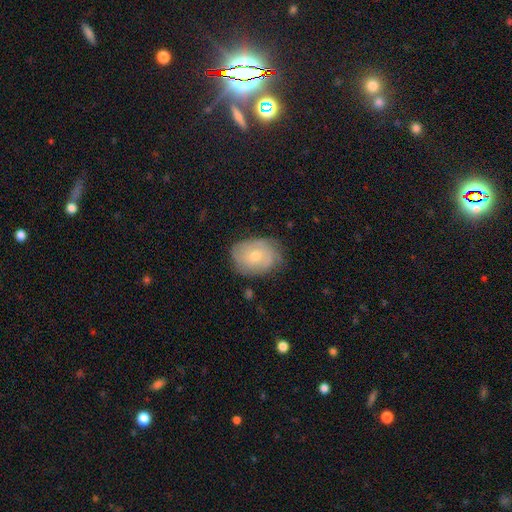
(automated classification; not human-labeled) Smooth or featured? Predicted: smooth (p=0.47). Merging? Predicted: none (p=0.65).